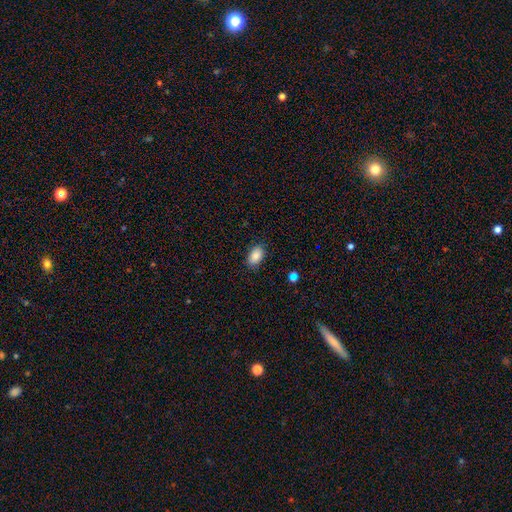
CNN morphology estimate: smooth-or-featured: smooth: 87% | star or artifact: 8% | featured or disk: 5%
  how-rounded: in between: 91% | round: 7% | cigar-shaped: 2%
  merging: none: 84% | minor disturbance: 12% | major disturbance: 3% | merger: 1%